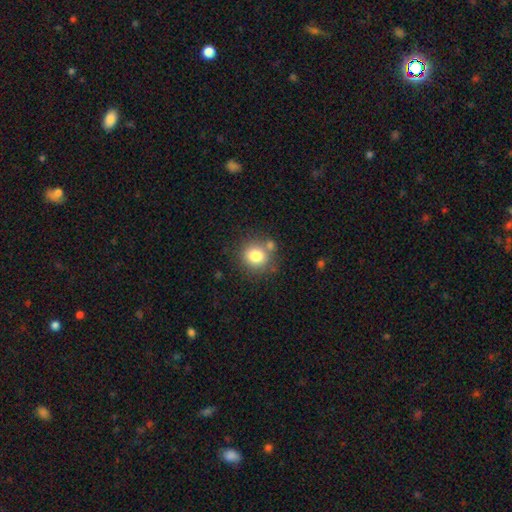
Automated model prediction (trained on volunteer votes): Q: Smooth or featured?
A: smooth (80%); runner-up: star or artifact (11%)
Q: How rounded?
A: round (86%); runner-up: in between (13%)
Q: Merging?
A: none (71%); runner-up: merger (13%)